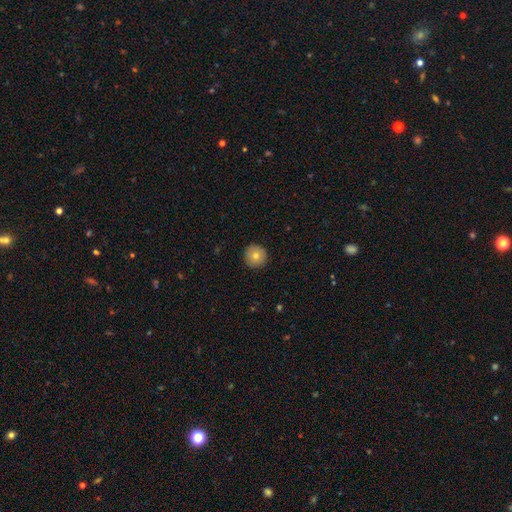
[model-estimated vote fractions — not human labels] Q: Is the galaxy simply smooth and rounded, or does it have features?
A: smooth — 77%.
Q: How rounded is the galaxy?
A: round — 96%.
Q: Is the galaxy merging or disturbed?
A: none — 91%.